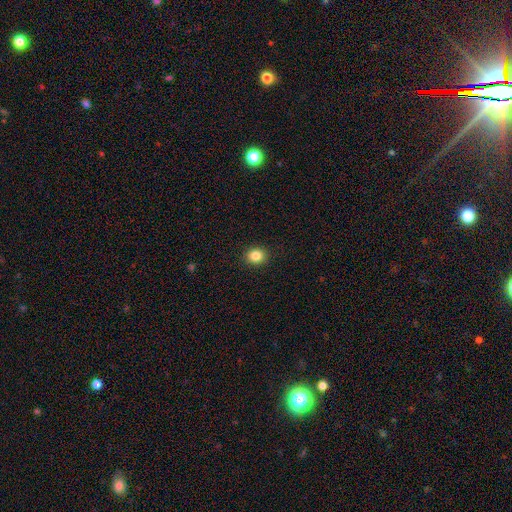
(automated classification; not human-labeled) Q: Smooth or featured?
A: smooth (84%); runner-up: star or artifact (11%)
Q: How rounded?
A: round (77%); runner-up: in between (22%)
Q: Merging?
A: none (92%); runner-up: minor disturbance (5%)